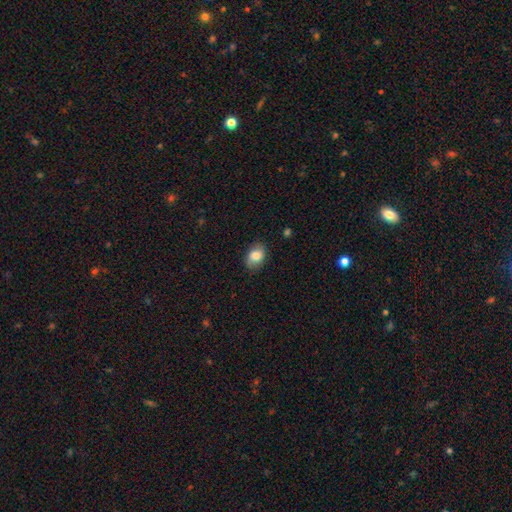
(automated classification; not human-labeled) This is clearly a smooth galaxy (80%). How rounded: likely in between (78%). Merging: likely none (80%).